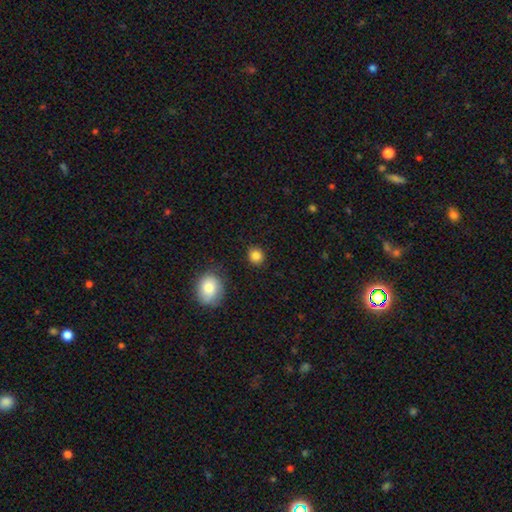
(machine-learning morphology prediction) smooth-or-featured: smooth: 86% | star or artifact: 10% | featured or disk: 4%
  how-rounded: round: 81% | in between: 17% | cigar-shaped: 1%
  merging: none: 88% | minor disturbance: 8% | major disturbance: 2% | merger: 2%